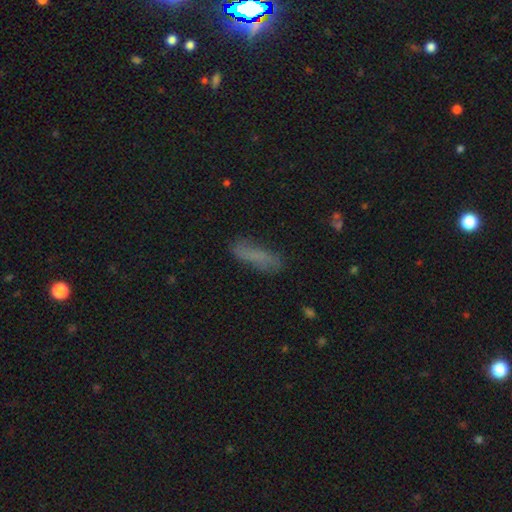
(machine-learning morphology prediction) Smooth or featured? smooth (70%)
How rounded? cigar-shaped (59%)
Merging? none (72%)